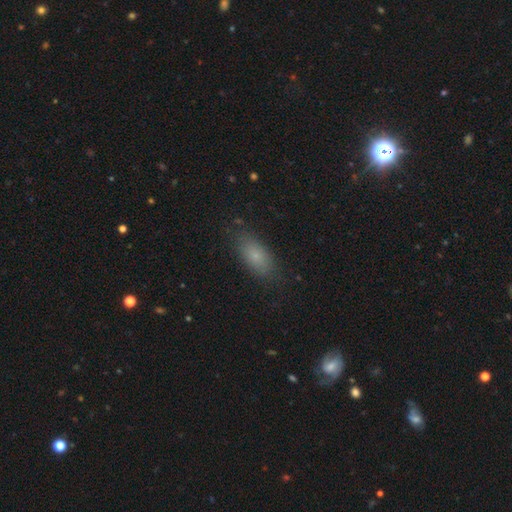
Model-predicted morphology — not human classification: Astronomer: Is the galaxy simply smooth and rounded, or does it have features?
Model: smooth — 78%.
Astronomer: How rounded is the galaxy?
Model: in between — 84%.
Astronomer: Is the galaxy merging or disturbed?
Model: none — 81%.